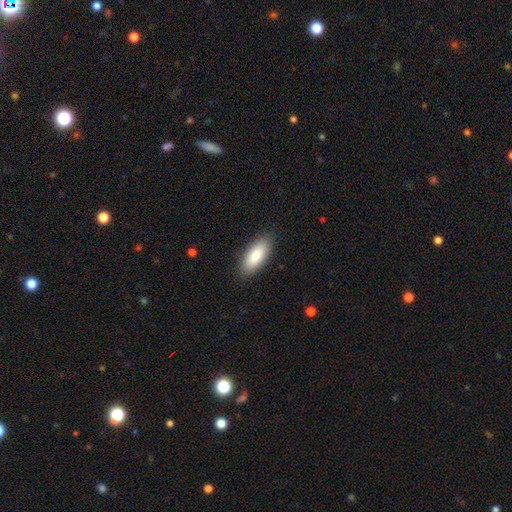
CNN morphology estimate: Q: Smooth or featured?
A: smooth (83%); runner-up: featured or disk (11%)
Q: How rounded?
A: in between (83%); runner-up: cigar-shaped (15%)
Q: Merging?
A: none (86%); runner-up: minor disturbance (10%)